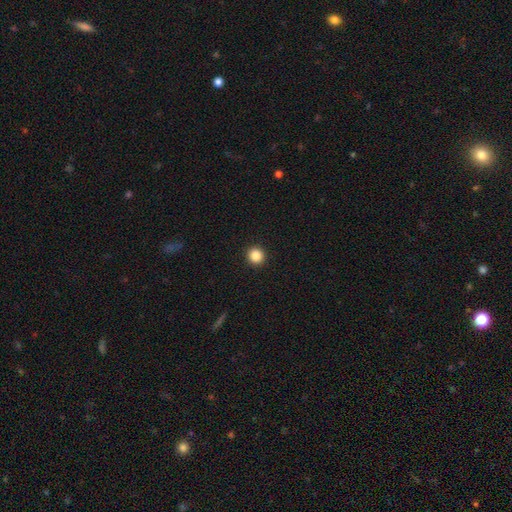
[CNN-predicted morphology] type=smooth (87%); roundness=round (95%); merging=none (94%).